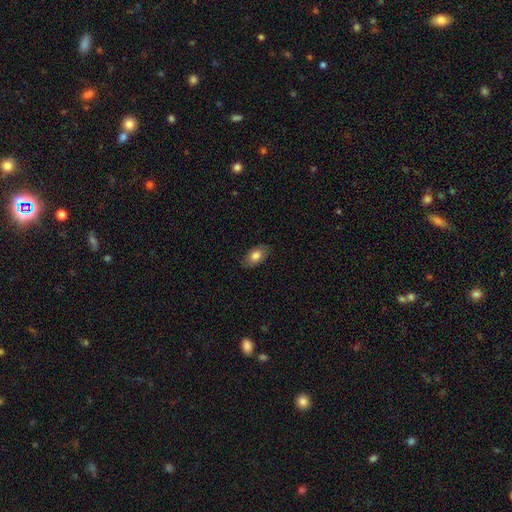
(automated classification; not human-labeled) This appears to be a smooth galaxy with no disk features (80%) that is in between round and cigar-shaped (91%). Merging: none (85%).